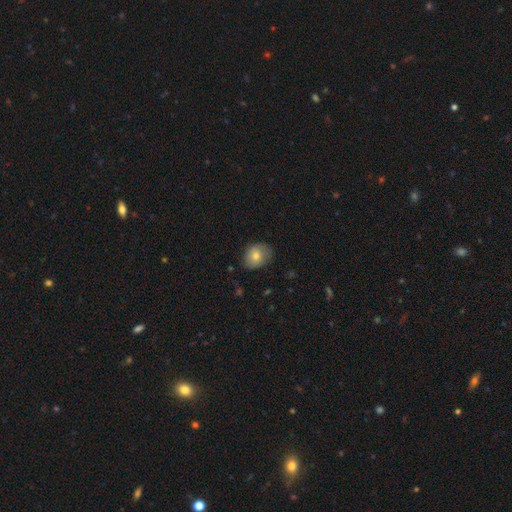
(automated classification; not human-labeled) This is likely a smooth galaxy (75%). How rounded: possibly in between (50%). Merging: likely none (72%).